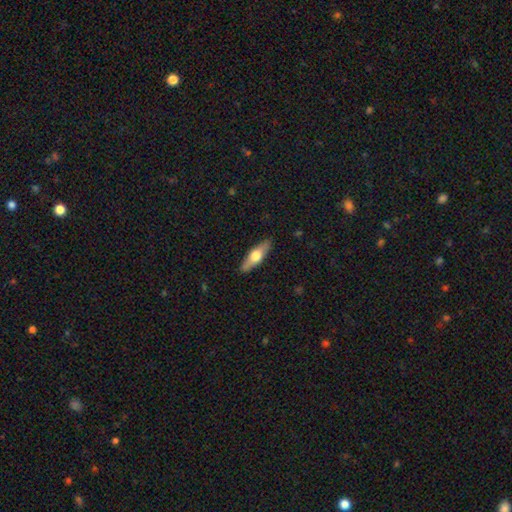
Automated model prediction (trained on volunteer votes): Smooth or featured: smooth — 50% (featured or disk — 45%)
Merging: none — 89% (minor disturbance — 9%)